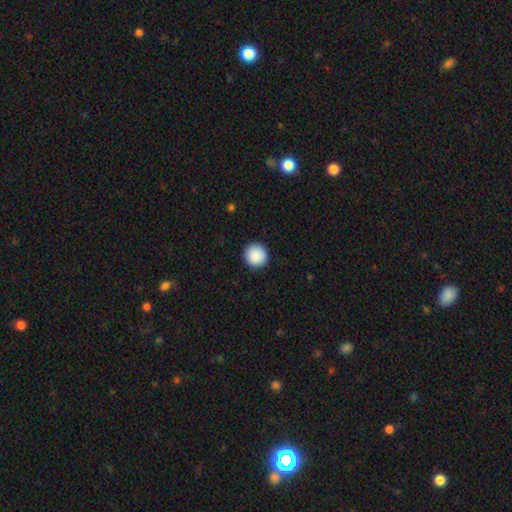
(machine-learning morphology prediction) type=smooth (89%); roundness=round (96%); merging=none (92%).